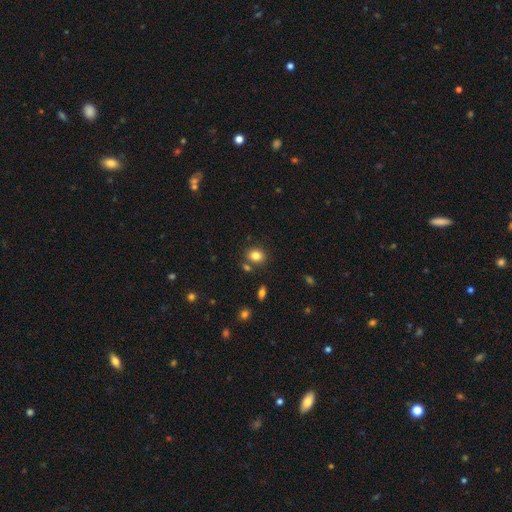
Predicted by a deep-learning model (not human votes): Morphology: type=smooth (82%); roundness=round (59%); merging=none (78%).